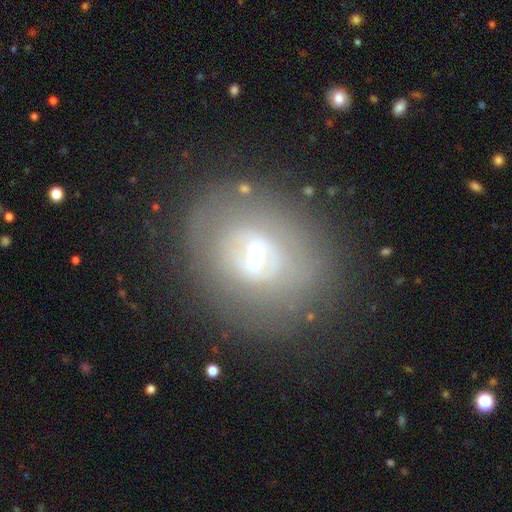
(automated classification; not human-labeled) smooth-or-featured: featured or disk: 65% | smooth: 24% | star or artifact: 11%
  disk-edge-on: no: 85% | yes: 15%
    bar: weak: 40% | strong: 36% | no: 24%
    has-spiral-arms: no: 76% | yes: 24%
    bulge-size: moderate: 52% | small: 35% | large: 9% | dominant: 2% | none: 1%
  merging: none: 75% | minor disturbance: 15% | major disturbance: 8% | merger: 2%